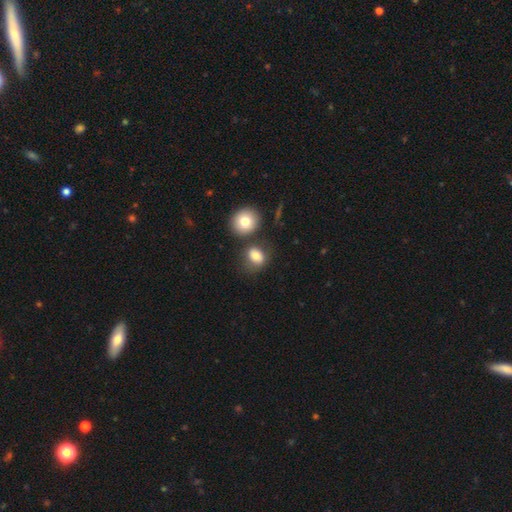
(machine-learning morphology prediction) A smooth galaxy with no disk features (78%) that is in between round and cigar-shaped (51%).

Vote fractions:
- Smooth or featured? smooth: 78% / featured or disk: 12% / star or artifact: 10%
- How rounded? in between: 51% / round: 47% / cigar-shaped: 2%
- Merging? none: 58% / minor disturbance: 18% / merger: 14% / major disturbance: 10%